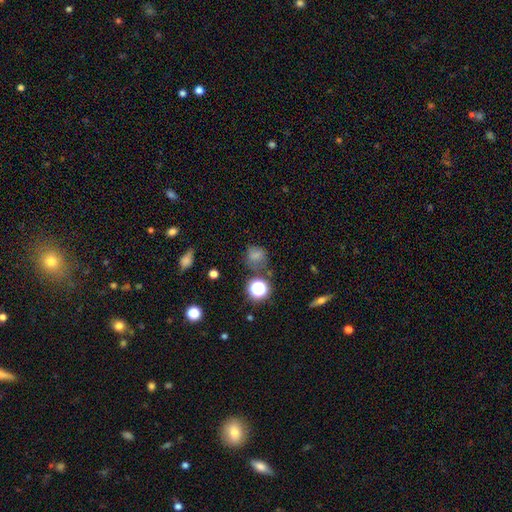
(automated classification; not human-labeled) A smooth galaxy with no disk features (70%) that is round (73%).

Vote fractions:
- Smooth or featured? smooth: 70% / star or artifact: 21% / featured or disk: 10%
- How rounded? round: 73% / in between: 26% / cigar-shaped: 1%
- Merging? none: 65% / minor disturbance: 20% / major disturbance: 9% / merger: 6%